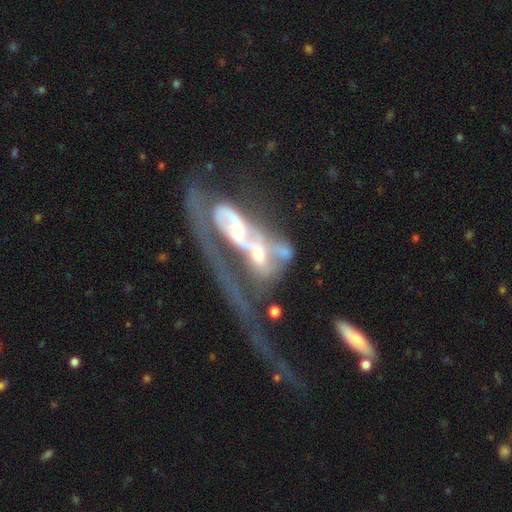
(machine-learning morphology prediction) This appears to be a featured or disk galaxy (78%) with no bar (55%), spiral arms (61%) and a moderate central bulge (47%). Merging: merger (60%).